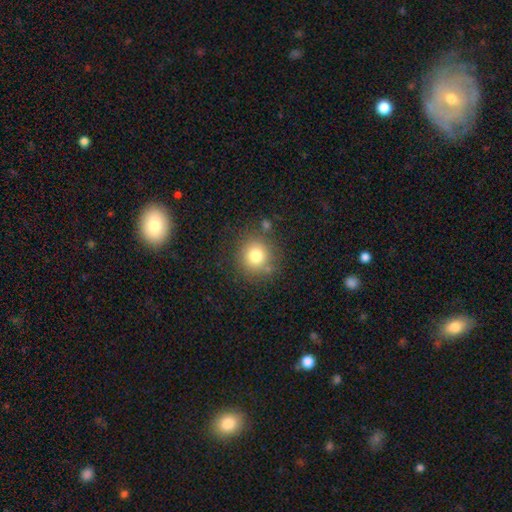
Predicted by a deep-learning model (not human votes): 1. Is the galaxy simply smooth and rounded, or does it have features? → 79% smooth, 12% star or artifact, 9% featured or disk.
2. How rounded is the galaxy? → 91% round, 8% in between, 1% cigar-shaped.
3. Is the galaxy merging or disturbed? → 79% none, 11% minor disturbance, 5% merger, 4% major disturbance.